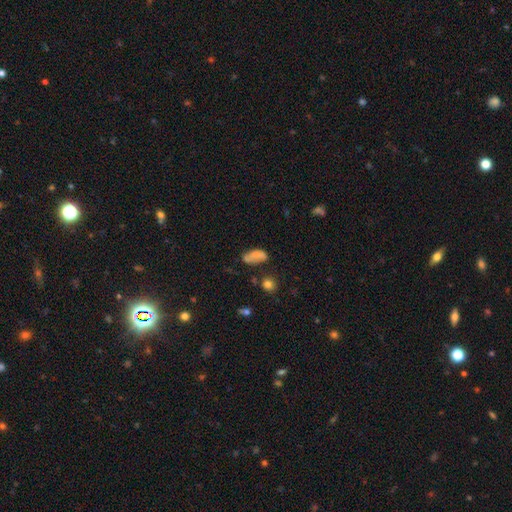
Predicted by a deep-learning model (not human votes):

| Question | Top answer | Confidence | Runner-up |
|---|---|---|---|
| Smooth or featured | smooth | 69% | featured or disk (20%) |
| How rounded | in between | 87% | cigar-shaped (8%) |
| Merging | none | 49% | minor disturbance (28%) |